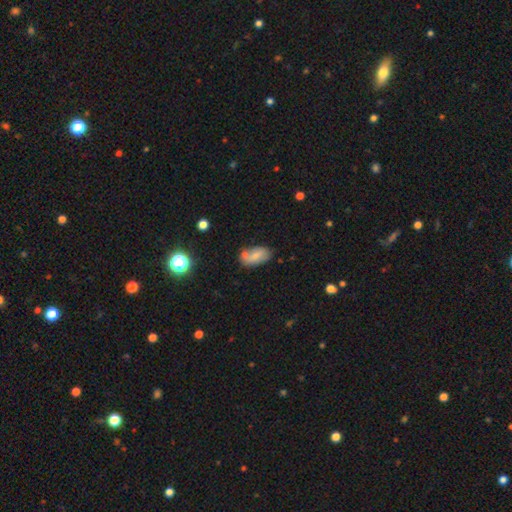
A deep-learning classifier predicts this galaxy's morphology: type=smooth (62%); roundness=in between (92%); merging=none (52%).